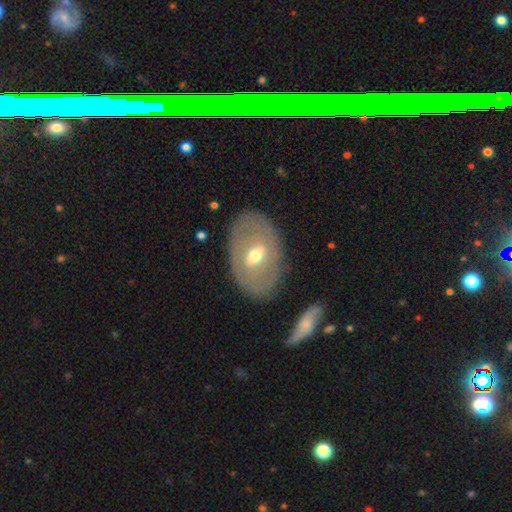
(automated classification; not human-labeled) The model was most divided on "bar": weak: 45%, no: 39%, strong: 16%. More confident: edge-on disk — no (91%); merging — none (80%); bulge size — moderate (68%); smooth or featured — featured or disk (63%); spiral arms — no (61%).